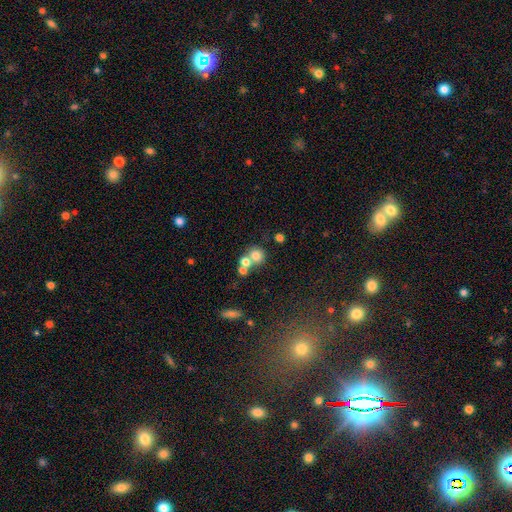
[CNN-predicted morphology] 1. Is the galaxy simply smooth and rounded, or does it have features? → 72% smooth, 15% featured or disk, 13% star or artifact.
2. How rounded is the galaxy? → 83% round, 15% in between, 1% cigar-shaped.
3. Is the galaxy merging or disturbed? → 46% merger, 42% none, 8% minor disturbance, 4% major disturbance.